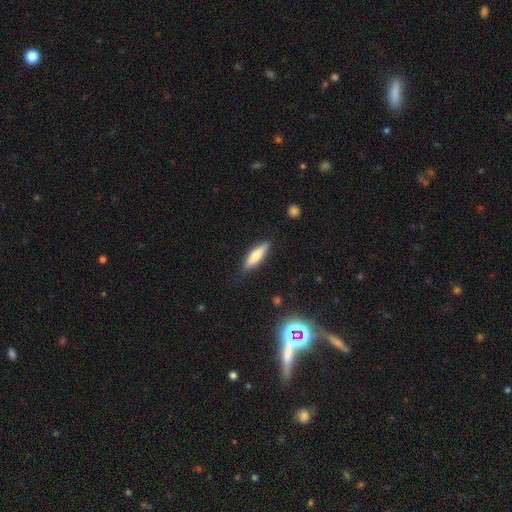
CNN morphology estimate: Smooth or featured?
  - smooth: 67% *
  - featured or disk: 27%
  - star or artifact: 6%
How rounded?
  - cigar-shaped: 69% *
  - in between: 29%
  - round: 2%
Merging?
  - none: 84% *
  - minor disturbance: 12%
  - major disturbance: 3%
  - merger: 1%